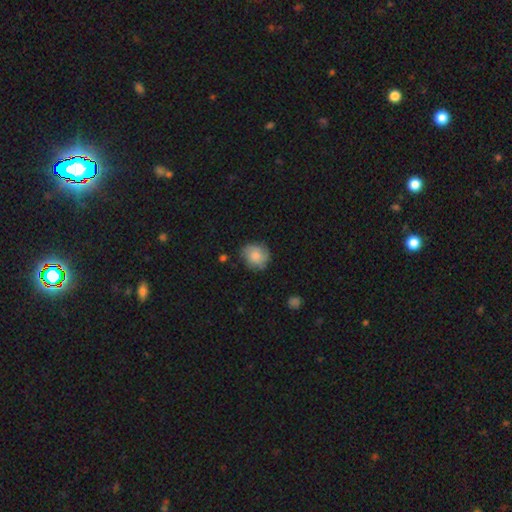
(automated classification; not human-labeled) This is likely a smooth galaxy (73%). How rounded: clearly round (81%). Merging: likely none (70%).